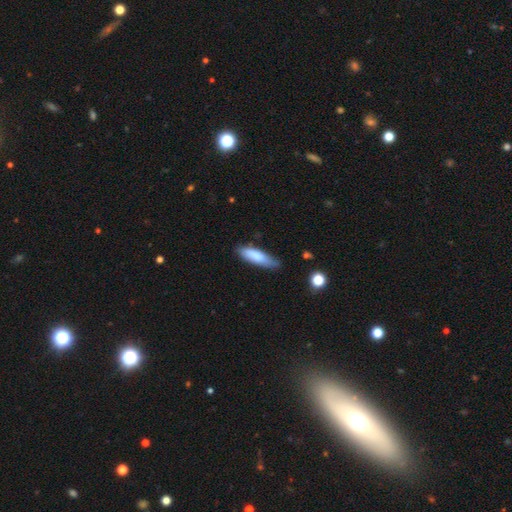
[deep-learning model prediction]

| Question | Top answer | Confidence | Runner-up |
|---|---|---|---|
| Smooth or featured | smooth | 79% | featured or disk (15%) |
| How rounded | cigar-shaped | 58% | in between (40%) |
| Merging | none | 70% | minor disturbance (24%) |